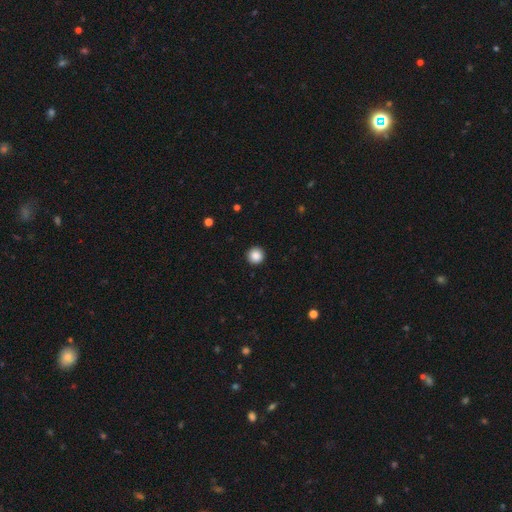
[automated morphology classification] A smooth galaxy with no disk features (87%) that is round (96%). Merging: none (93%).